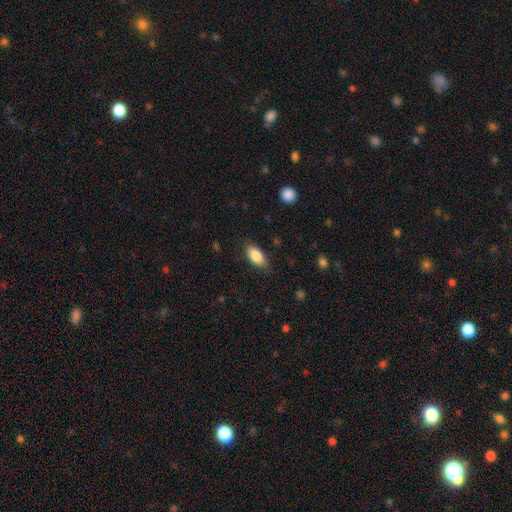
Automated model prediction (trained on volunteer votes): Smooth or featured? smooth (86%)
How rounded? in between (89%)
Merging? none (84%)